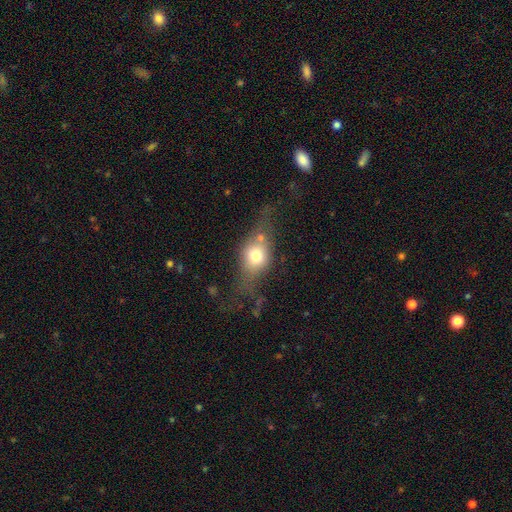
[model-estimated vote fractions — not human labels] Smooth or featured: smooth — 57% (featured or disk — 32%)
How rounded: in between — 51% (round — 41%)
Merging: none — 47% (major disturbance — 23%)